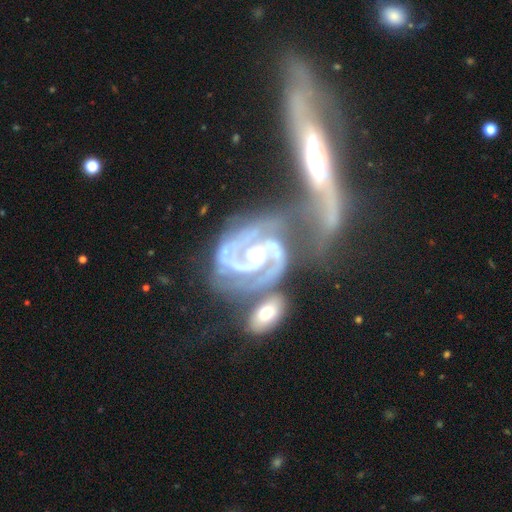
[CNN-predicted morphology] Q: Smooth or featured?
A: featured or disk (92%); runner-up: star or artifact (4%)
Q: Edge-on disk?
A: no (97%); runner-up: yes (3%)
Q: Bar?
A: no (42%); runner-up: weak (35%)
Q: Spiral arms?
A: yes (98%); runner-up: no (2%)
Q: Spiral winding?
A: tight (53%); runner-up: medium (39%)
Q: Spiral arm count?
A: 2 (73%); runner-up: 3 (13%)
Q: Bulge size?
A: moderate (54%); runner-up: small (37%)
Q: Merging?
A: merger (44%); runner-up: none (23%)